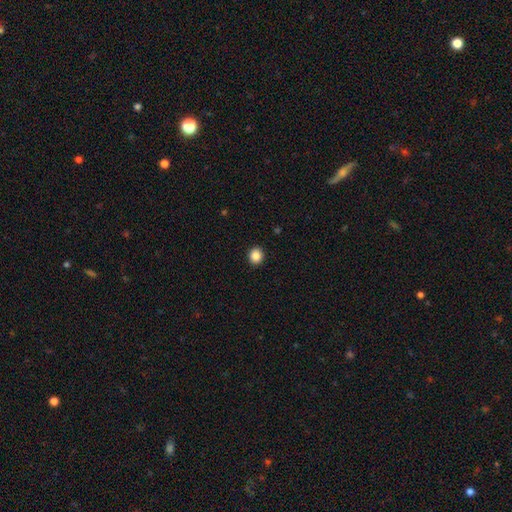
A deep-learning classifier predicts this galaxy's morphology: A smooth galaxy with no disk features (87%) that is round (83%). Merging: none (92%).